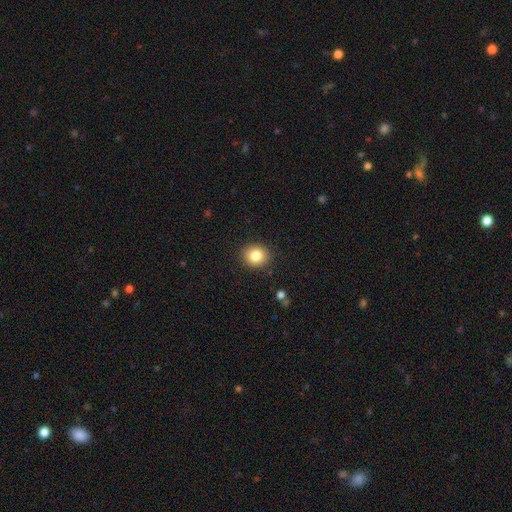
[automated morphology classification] A smooth galaxy with no disk features (83%) that is round (81%).

Vote fractions:
- Smooth or featured? smooth: 83% / star or artifact: 10% / featured or disk: 7%
- How rounded? round: 81% / in between: 18% / cigar-shaped: 1%
- Merging? none: 90% / minor disturbance: 6% / major disturbance: 2% / merger: 1%